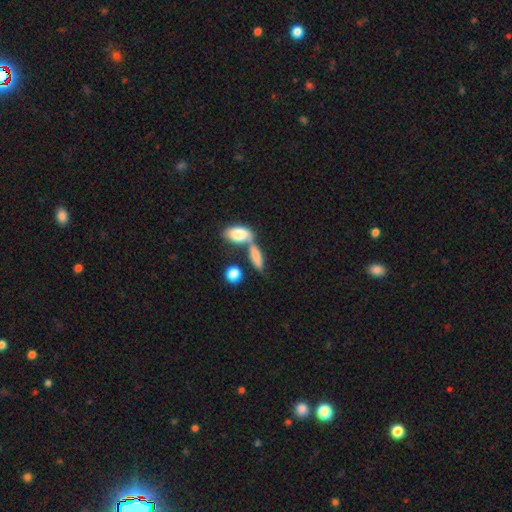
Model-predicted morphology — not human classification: The model was most divided on "merging": merger: 42%, none: 41%, minor disturbance: 12%, major disturbance: 6%. More confident: smooth or featured — smooth (78%); how rounded — in between (62%).